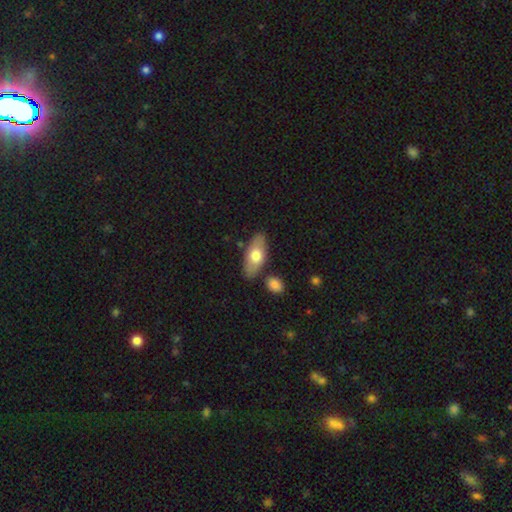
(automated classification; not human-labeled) Smooth or featured? Predicted: smooth (p=0.66). How rounded? Predicted: in between (p=0.83). Merging? Predicted: none (p=0.78).